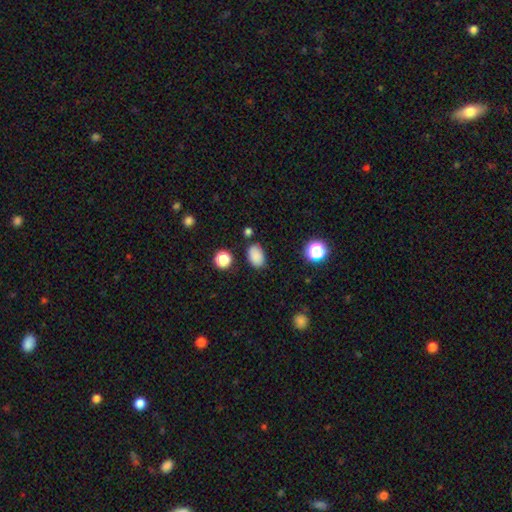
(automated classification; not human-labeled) This is clearly a smooth galaxy (85%). How rounded: clearly in between (86%). Merging: clearly none (81%).